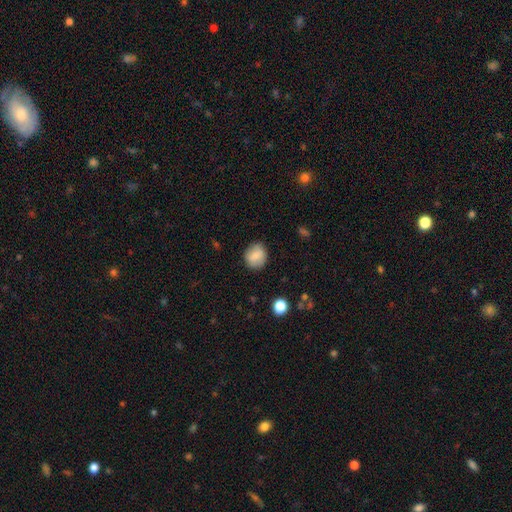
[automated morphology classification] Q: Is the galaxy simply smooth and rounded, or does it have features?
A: smooth — 79%.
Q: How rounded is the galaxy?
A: round — 78%.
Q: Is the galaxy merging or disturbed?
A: none — 84%.